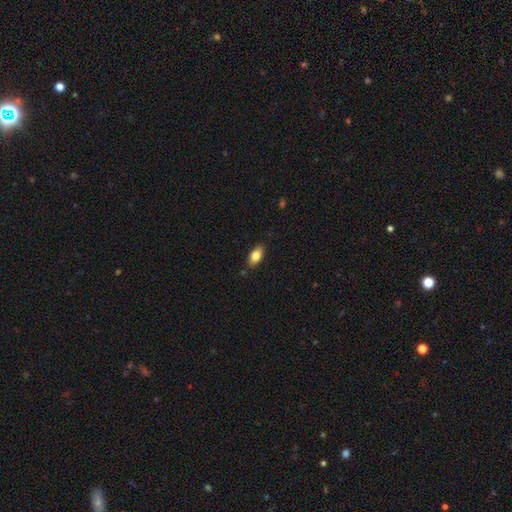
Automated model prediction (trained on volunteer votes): A smooth galaxy with no disk features (79%) that is in between round and cigar-shaped (89%).

Vote fractions:
- Smooth or featured? smooth: 79% / featured or disk: 14% / star or artifact: 7%
- How rounded? in between: 89% / cigar-shaped: 7% / round: 4%
- Merging? none: 84% / minor disturbance: 12% / major disturbance: 2% / merger: 2%